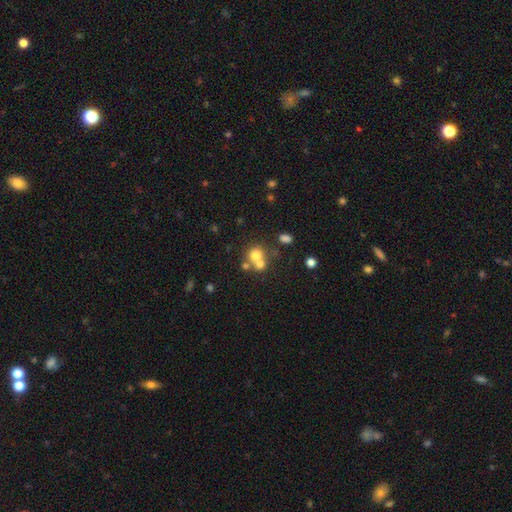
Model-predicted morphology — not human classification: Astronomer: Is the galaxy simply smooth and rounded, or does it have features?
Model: smooth — 68%.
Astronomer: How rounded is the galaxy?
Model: round — 83%.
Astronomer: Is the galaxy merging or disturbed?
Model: merger — 51% (runner-up: none, 39%).